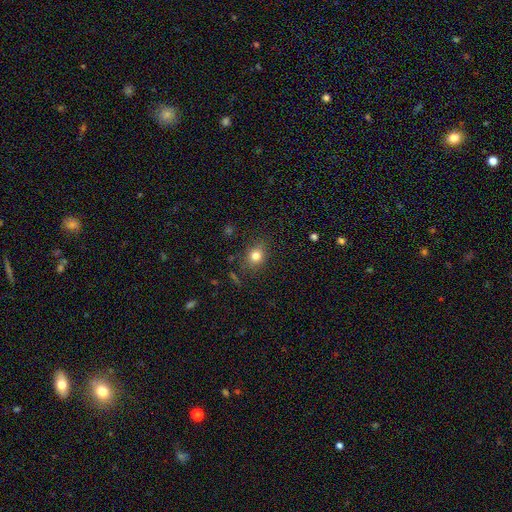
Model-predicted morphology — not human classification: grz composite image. It shows a smooth galaxy with no disk features (79%) that is round (62%). Merging: none (82%).